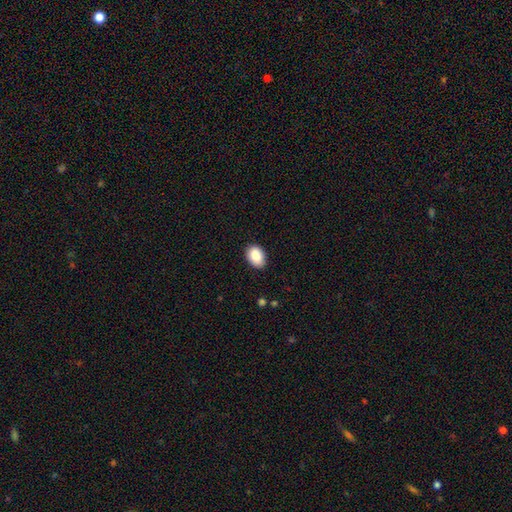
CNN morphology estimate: Overall: smooth (89%). How rounded: in between (86%). Merging: none (87%).